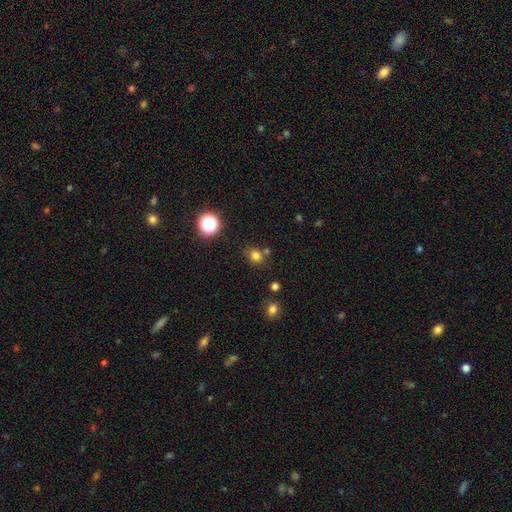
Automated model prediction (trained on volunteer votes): Morphology: type=smooth (76%); roundness=round (73%); merging=none (70%).